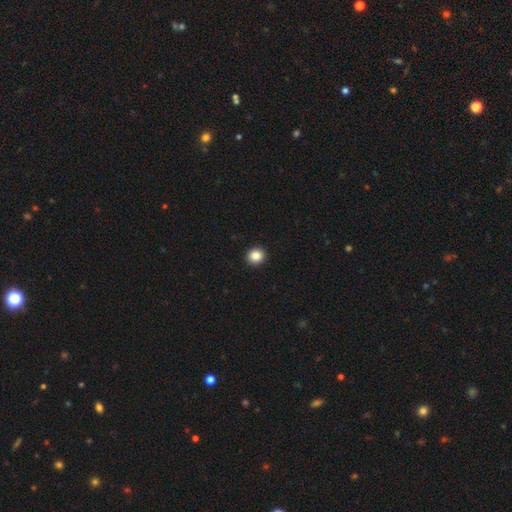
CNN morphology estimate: smooth_or_featured: smooth (p=0.86) [alt: star or artifact p=0.10]
how_rounded: round (p=0.87) [alt: in between p=0.12]
merging: none (p=0.93) [alt: minor disturbance p=0.04]